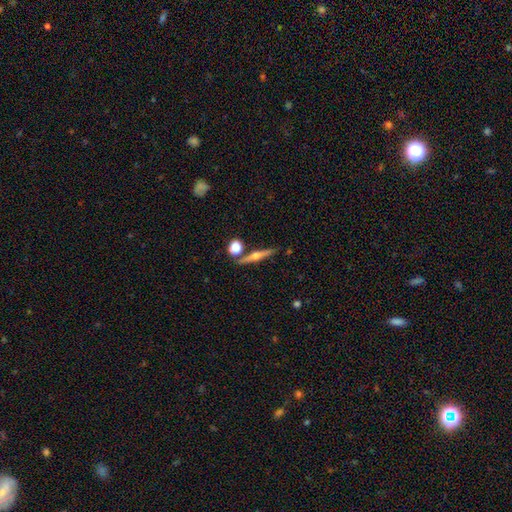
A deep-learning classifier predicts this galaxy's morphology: Smooth or featured? featured or disk (66%)
Edge-on disk? yes (97%)
Edge-on bulge? rounded (93%)
Merging? none (81%)